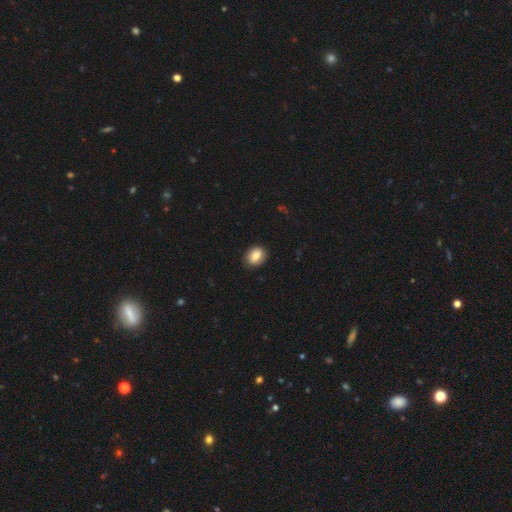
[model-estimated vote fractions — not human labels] Smooth or featured?
  - smooth: 81% *
  - featured or disk: 11%
  - star or artifact: 8%
How rounded?
  - in between: 58% *
  - round: 41%
  - cigar-shaped: 1%
Merging?
  - none: 86% *
  - minor disturbance: 11%
  - major disturbance: 2%
  - merger: 1%